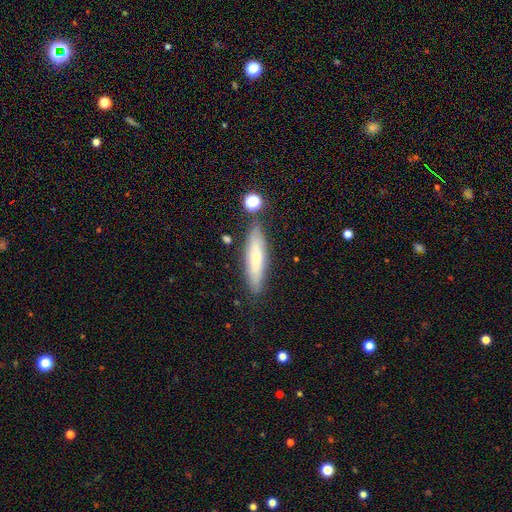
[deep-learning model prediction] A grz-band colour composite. It shows a smooth galaxy with no disk features (63%) that is cigar-shaped (79%). Merging: none (81%).